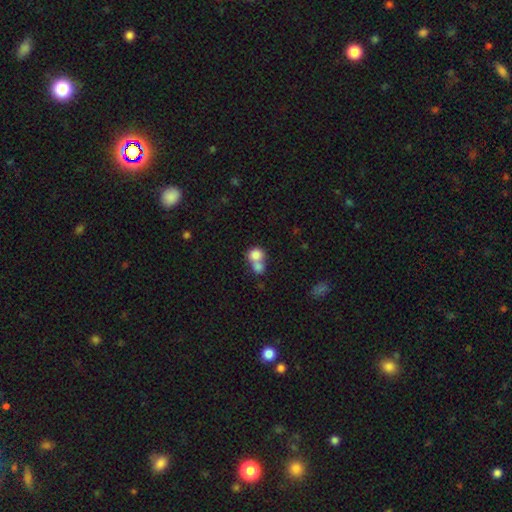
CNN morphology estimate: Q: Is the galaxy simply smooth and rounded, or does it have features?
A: smooth — 80%.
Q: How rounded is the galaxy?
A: round — 74%.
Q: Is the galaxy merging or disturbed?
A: merger — 62%.